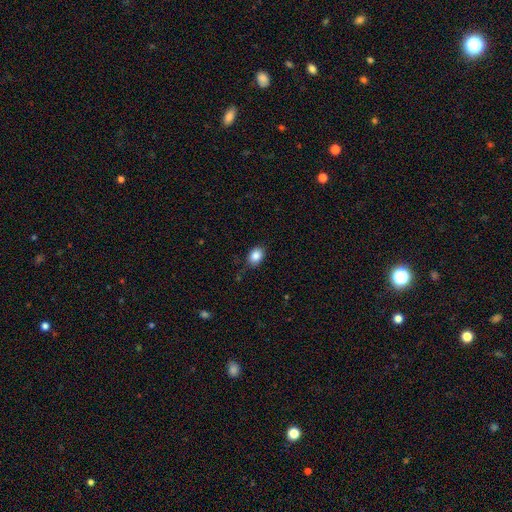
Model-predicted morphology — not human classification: Q: Smooth or featured?
A: smooth (87%); runner-up: star or artifact (8%)
Q: How rounded?
A: in between (72%); runner-up: round (27%)
Q: Merging?
A: none (78%); runner-up: minor disturbance (17%)